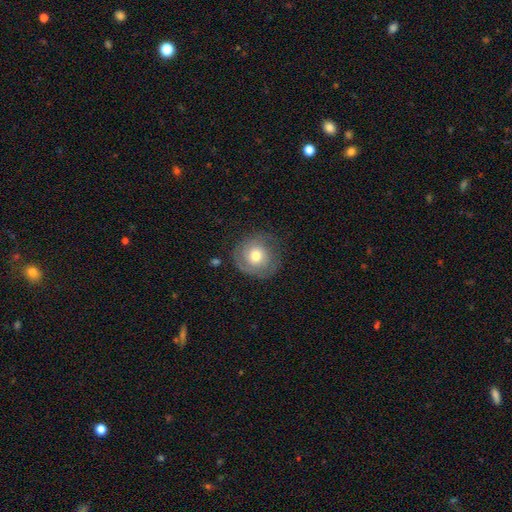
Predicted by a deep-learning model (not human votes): This appears to be a smooth galaxy with no disk features (47%). Merging: none (72%).